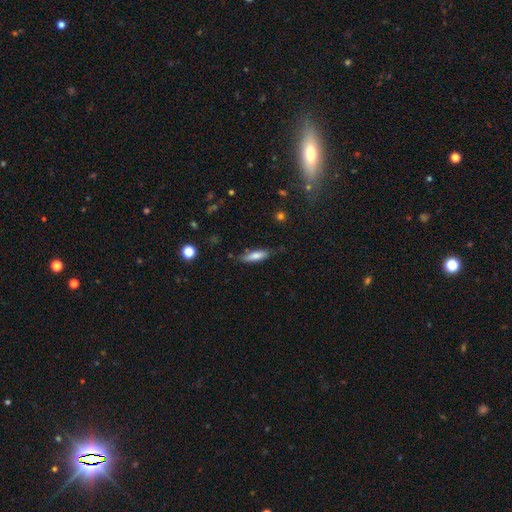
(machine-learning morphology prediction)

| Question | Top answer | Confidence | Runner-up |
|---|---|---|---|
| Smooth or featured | smooth | 73% | featured or disk (21%) |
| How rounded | cigar-shaped | 62% | in between (36%) |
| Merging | none | 76% | minor disturbance (19%) |